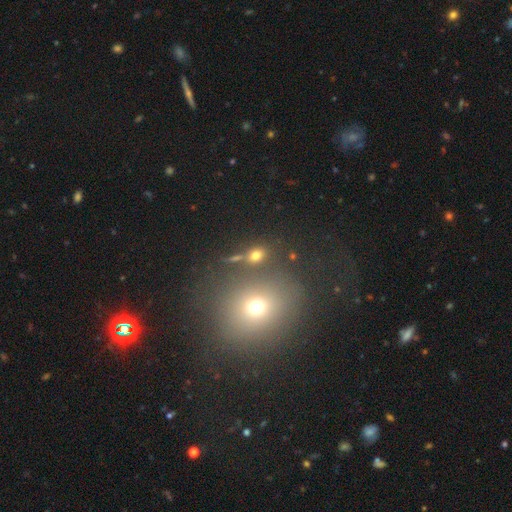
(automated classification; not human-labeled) Smooth or featured? smooth (68%)
How rounded? round (49%)
Merging? none (72%)